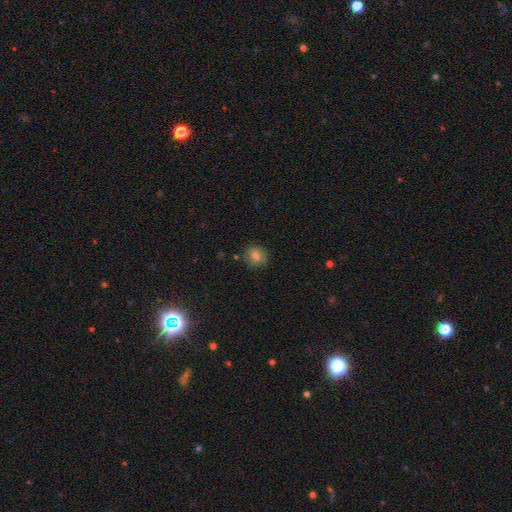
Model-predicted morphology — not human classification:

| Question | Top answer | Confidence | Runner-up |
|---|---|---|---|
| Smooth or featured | smooth | 77% | featured or disk (12%) |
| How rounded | round | 73% | in between (26%) |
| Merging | none | 83% | minor disturbance (12%) |